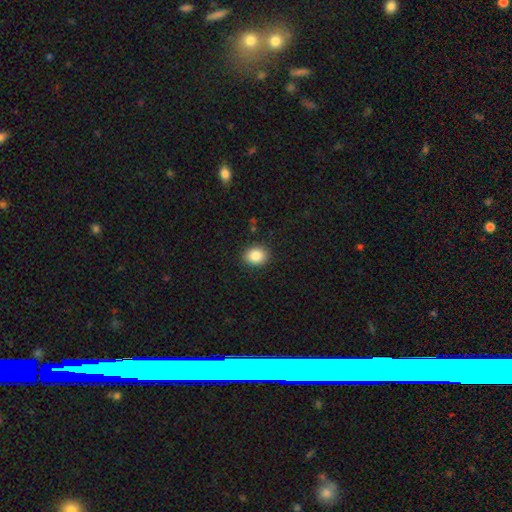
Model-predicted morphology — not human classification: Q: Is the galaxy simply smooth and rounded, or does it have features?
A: smooth — 85%.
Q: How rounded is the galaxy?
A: round — 52%.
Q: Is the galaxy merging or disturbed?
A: none — 89%.